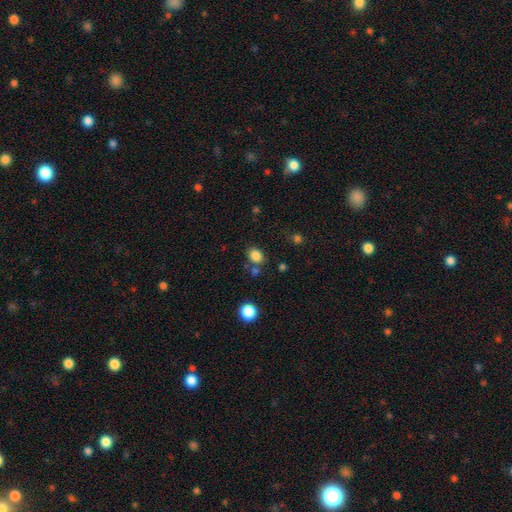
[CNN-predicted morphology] smooth_or_featured: smooth (p=0.83) [alt: star or artifact p=0.12]
how_rounded: round (p=0.52) [alt: in between p=0.47]
merging: none (p=0.73) [alt: minor disturbance p=0.12]